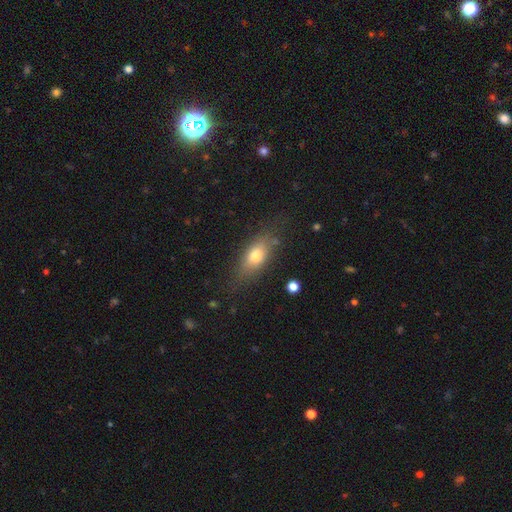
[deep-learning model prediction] smooth_or_featured: smooth (p=0.69) [alt: featured or disk p=0.22]
how_rounded: in between (p=0.74) [alt: cigar-shaped p=0.19]
merging: none (p=0.75) [alt: minor disturbance p=0.17]